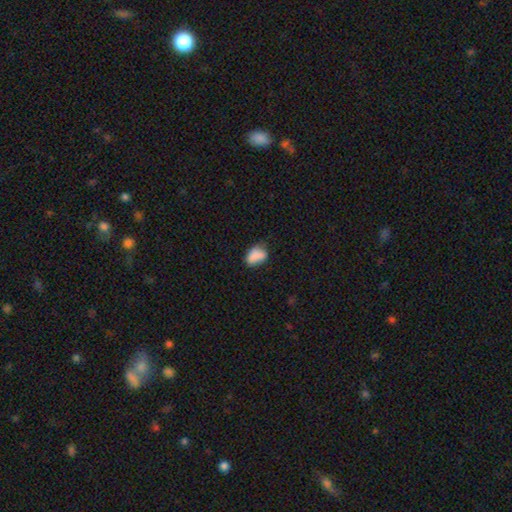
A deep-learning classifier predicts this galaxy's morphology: This is clearly a smooth galaxy (81%). How rounded: clearly in between (82%). Merging: possibly none (52%).